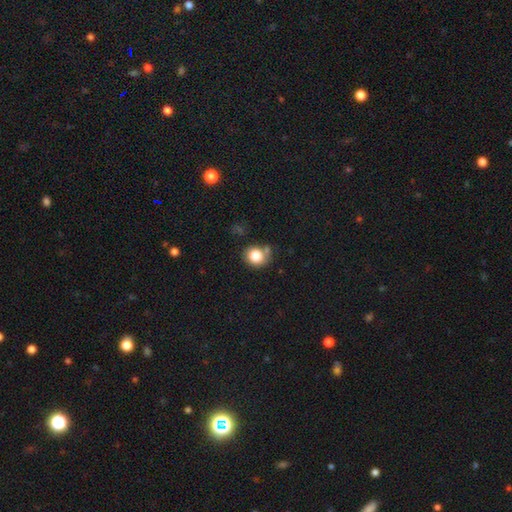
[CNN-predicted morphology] Smooth or featured?
  - smooth: 83% *
  - star or artifact: 10%
  - featured or disk: 7%
How rounded?
  - round: 77% *
  - in between: 22%
  - cigar-shaped: 1%
Merging?
  - none: 67% *
  - minor disturbance: 16%
  - merger: 12%
  - major disturbance: 5%